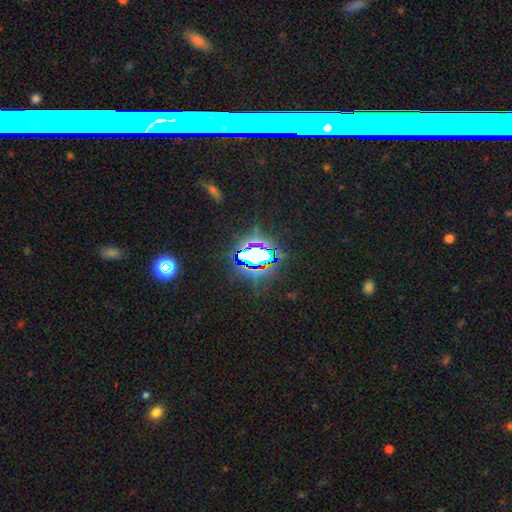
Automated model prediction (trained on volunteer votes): Smooth or featured: star or artifact — 70% (smooth — 18%)